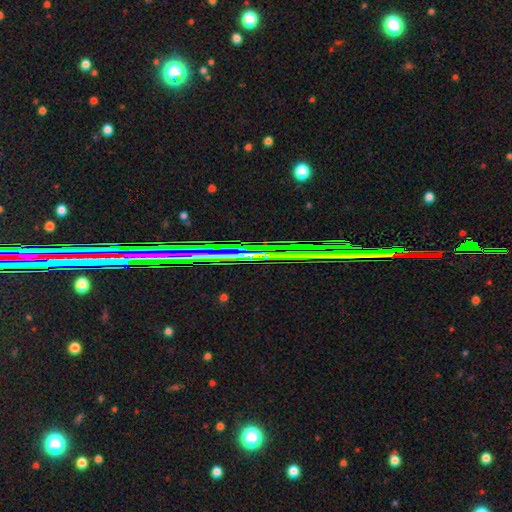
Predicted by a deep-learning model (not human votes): Smooth or featured? star or artifact (65%)